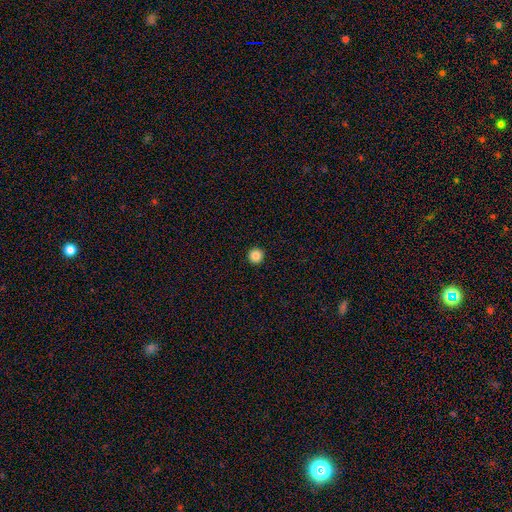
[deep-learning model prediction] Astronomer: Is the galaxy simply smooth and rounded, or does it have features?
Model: smooth — 86%.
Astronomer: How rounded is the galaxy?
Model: round — 97%.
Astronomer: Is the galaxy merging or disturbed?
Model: none — 94%.